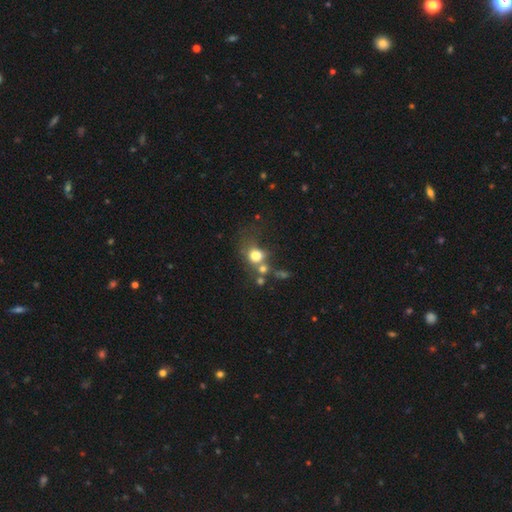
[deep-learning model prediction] The model was most divided on "merging" (2-way tie): none: 34%, merger: 34%, major disturbance: 17%, minor disturbance: 15%. More confident: smooth or featured — smooth (70%); how rounded — round (68%).